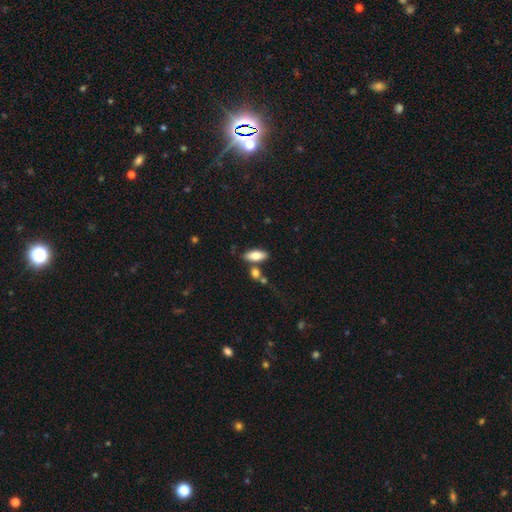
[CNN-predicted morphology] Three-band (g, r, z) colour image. It shows a smooth galaxy with no disk features (77%) that is in between round and cigar-shaped (83%). Merging: none (74%).